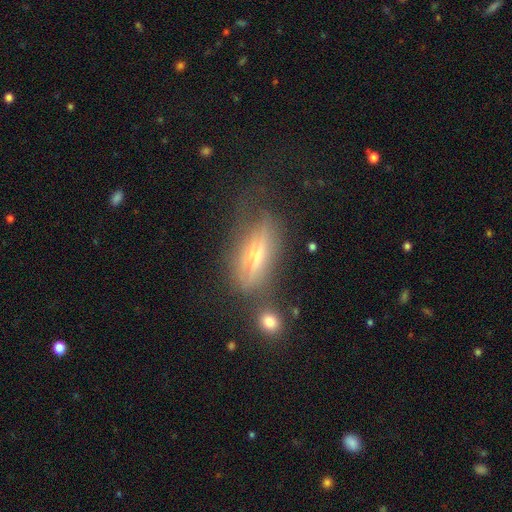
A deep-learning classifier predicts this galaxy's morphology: This appears to be a featured or disk galaxy (63%) viewed edge-on (80%) with a rounded central bulge (78%). Merging: none (58%).